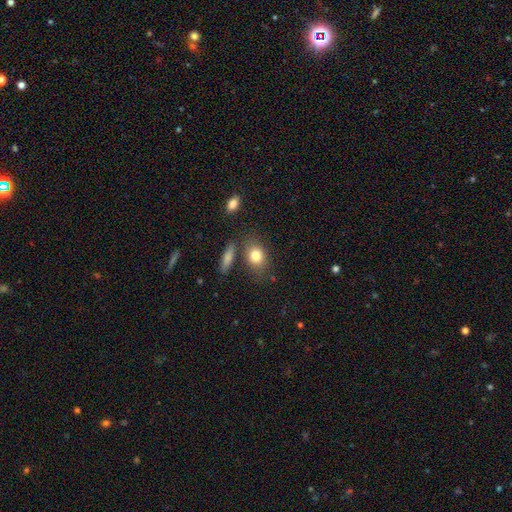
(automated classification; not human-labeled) smooth-or-featured: smooth: 81% | featured or disk: 10% | star or artifact: 9%
  how-rounded: in between: 58% | round: 40% | cigar-shaped: 3%
  merging: none: 72% | minor disturbance: 14% | merger: 9% | major disturbance: 5%